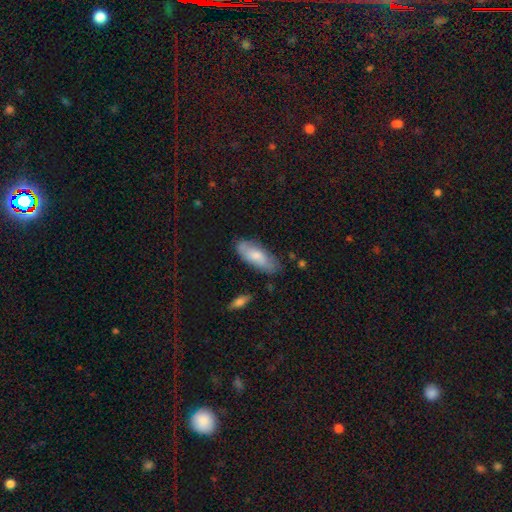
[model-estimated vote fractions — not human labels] Smooth or featured? Predicted: smooth (p=0.67). How rounded? Predicted: in between (p=0.79). Merging? Predicted: none (p=0.68).